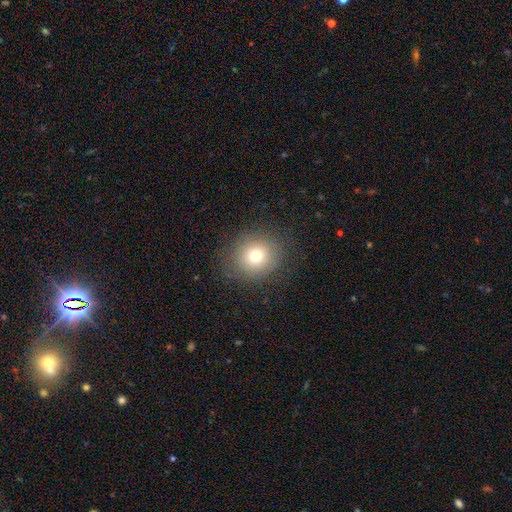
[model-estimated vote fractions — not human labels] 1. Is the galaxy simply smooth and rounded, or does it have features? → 73% smooth, 14% star or artifact, 12% featured or disk.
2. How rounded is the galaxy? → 83% round, 16% in between, 1% cigar-shaped.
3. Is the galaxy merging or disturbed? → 84% none, 10% minor disturbance, 5% major disturbance, 1% merger.